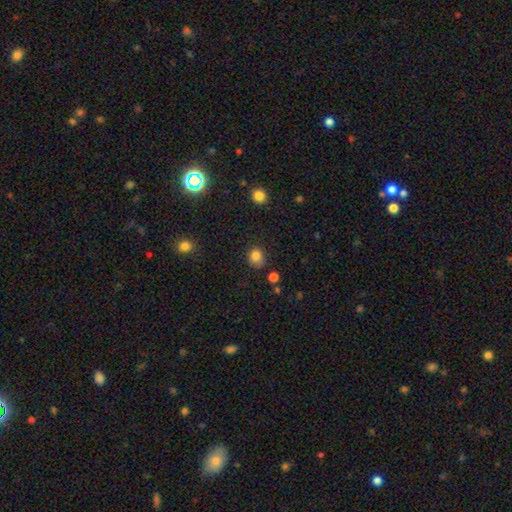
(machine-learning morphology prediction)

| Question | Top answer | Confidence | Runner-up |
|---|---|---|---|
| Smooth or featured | smooth | 82% | star or artifact (12%) |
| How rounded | round | 64% | in between (35%) |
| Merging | none | 67% | minor disturbance (24%) |